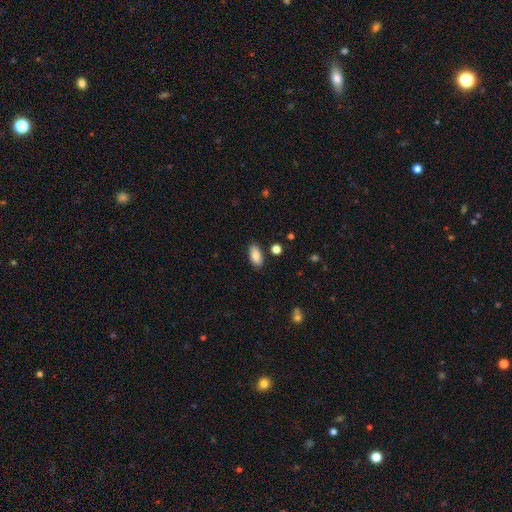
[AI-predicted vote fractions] This is clearly a smooth galaxy (85%). How rounded: clearly in between (90%). Merging: clearly none (84%).